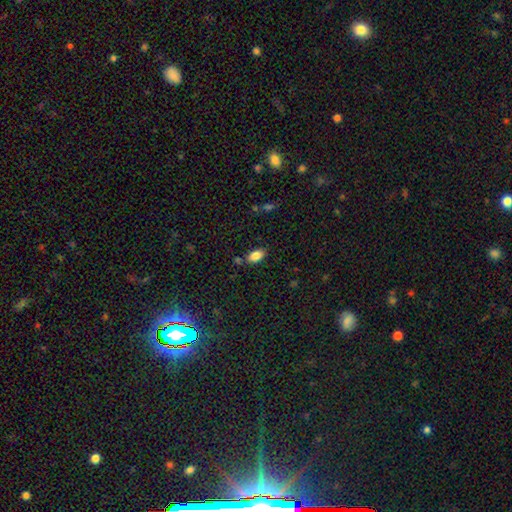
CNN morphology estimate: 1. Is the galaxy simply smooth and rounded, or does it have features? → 84% smooth, 9% star or artifact, 7% featured or disk.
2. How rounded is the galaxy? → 92% in between, 4% round, 4% cigar-shaped.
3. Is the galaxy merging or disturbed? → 79% none, 13% minor disturbance, 5% merger, 3% major disturbance.